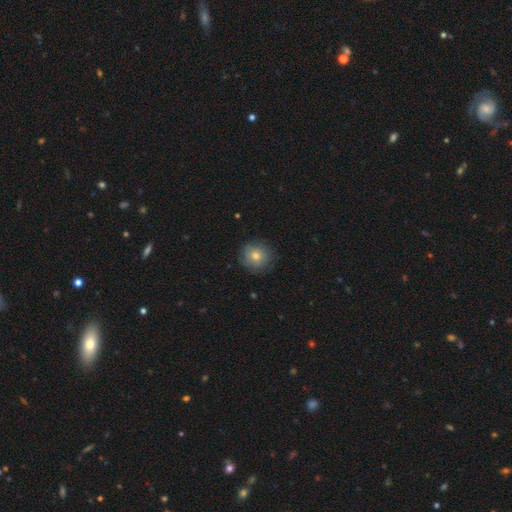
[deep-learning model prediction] This is likely a smooth galaxy (73%). How rounded: clearly round (92%). Merging: clearly none (85%).